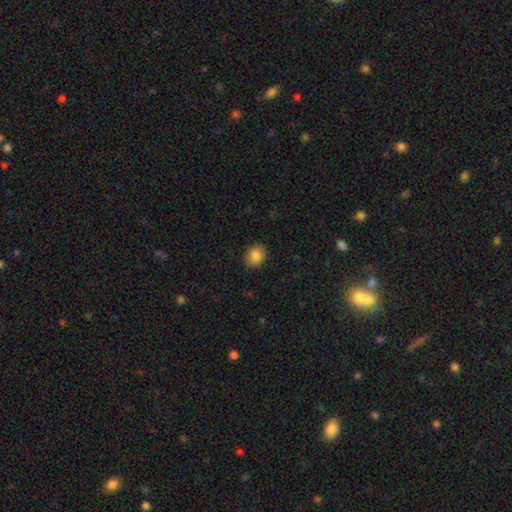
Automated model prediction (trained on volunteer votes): Smooth or featured: smooth — 86% (star or artifact — 9%)
How rounded: round — 61% (in between — 38%)
Merging: none — 89% (minor disturbance — 8%)